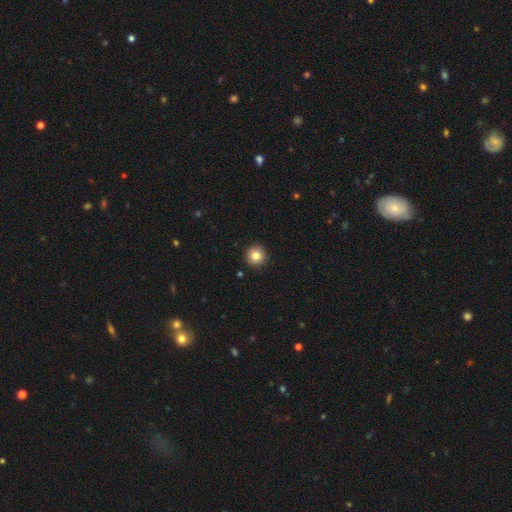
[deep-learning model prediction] This is clearly a smooth galaxy (82%). How rounded: clearly round (96%). Merging: clearly none (93%).